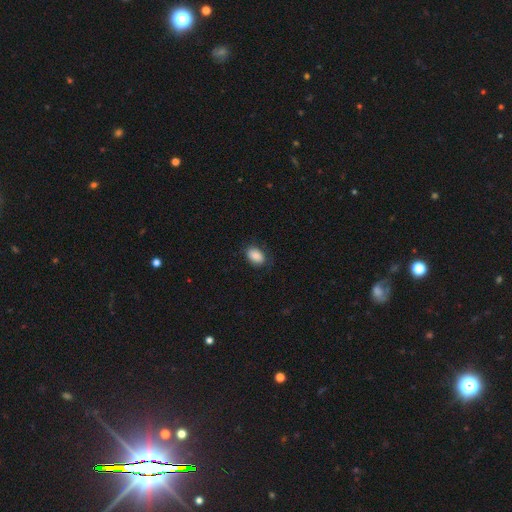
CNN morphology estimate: type=smooth (88%); roundness=in between (86%); merging=none (77%).